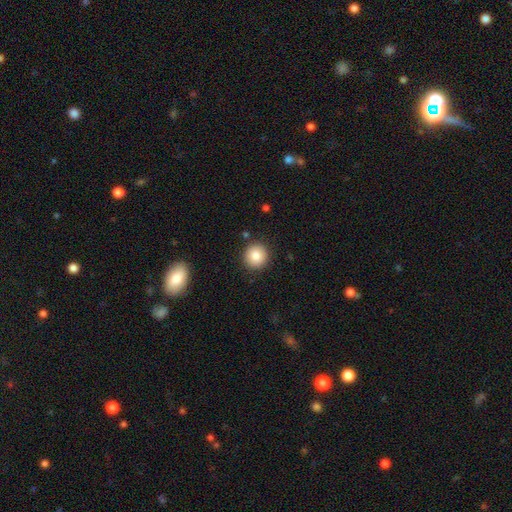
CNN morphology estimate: A smooth galaxy with no disk features (85%) that is round (93%). Merging: none (90%).